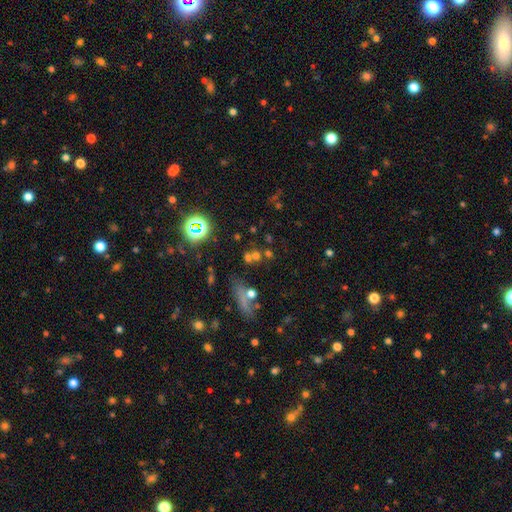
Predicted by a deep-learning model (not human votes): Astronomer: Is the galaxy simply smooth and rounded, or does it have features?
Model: smooth — 49% (runner-up: star or artifact, 35%).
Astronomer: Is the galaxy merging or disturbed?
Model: none — 54% (runner-up: merger, 31%).